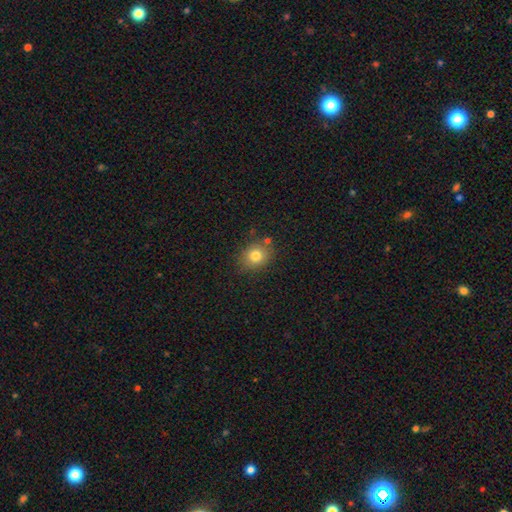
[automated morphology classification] A smooth galaxy with no disk features (79%) that is round (63%).

Vote fractions:
- Smooth or featured? smooth: 79% / star or artifact: 12% / featured or disk: 9%
- How rounded? round: 63% / in between: 36% / cigar-shaped: 1%
- Merging? none: 79% / minor disturbance: 13% / merger: 5% / major disturbance: 3%